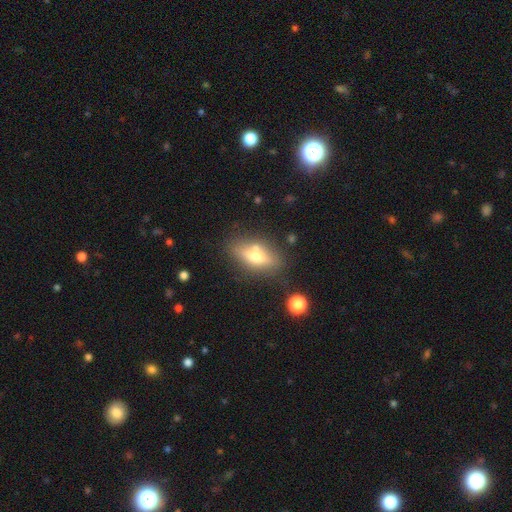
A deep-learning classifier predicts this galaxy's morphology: type=smooth (49%); merging=none (74%).